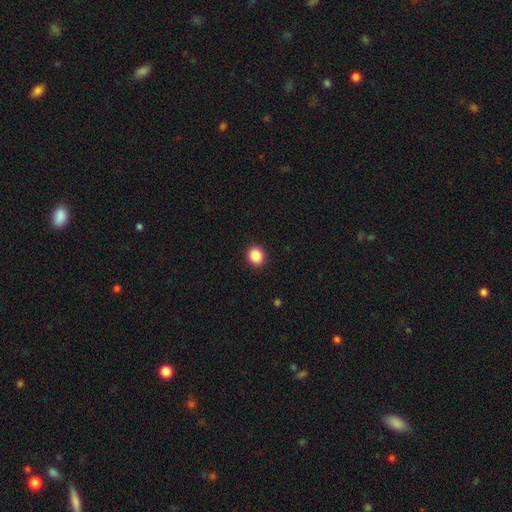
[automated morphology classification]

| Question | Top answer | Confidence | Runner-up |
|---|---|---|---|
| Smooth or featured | smooth | 88% | star or artifact (9%) |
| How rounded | round | 77% | in between (22%) |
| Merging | none | 92% | minor disturbance (5%) |